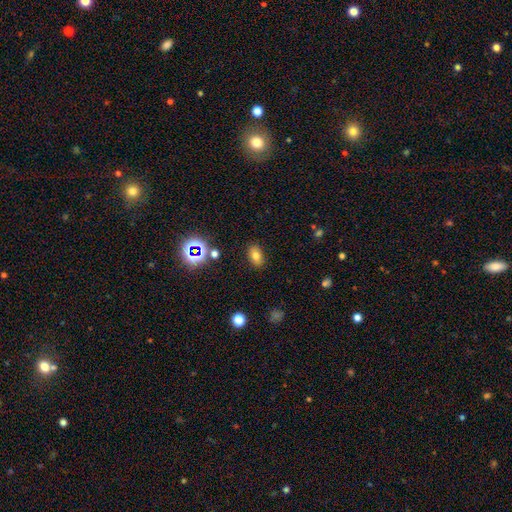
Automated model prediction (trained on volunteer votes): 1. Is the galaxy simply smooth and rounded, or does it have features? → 71% smooth, 17% star or artifact, 12% featured or disk.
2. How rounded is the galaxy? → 84% in between, 15% round, 2% cigar-shaped.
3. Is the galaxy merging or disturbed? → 86% none, 9% minor disturbance, 3% major disturbance, 2% merger.